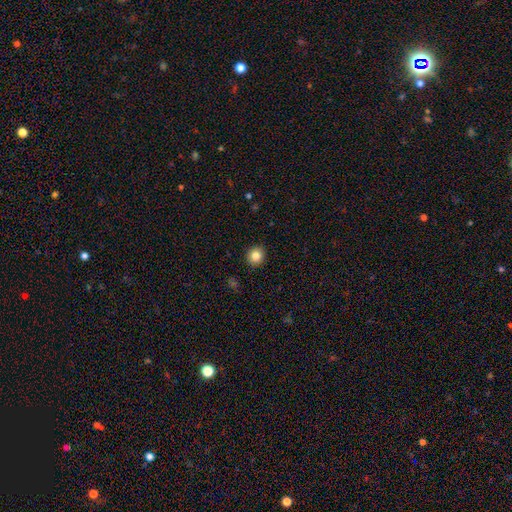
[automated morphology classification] smooth 83%, star or artifact 10%, featured or disk 6%. Down the decision tree: how rounded — round (89%); merging — none (92%).